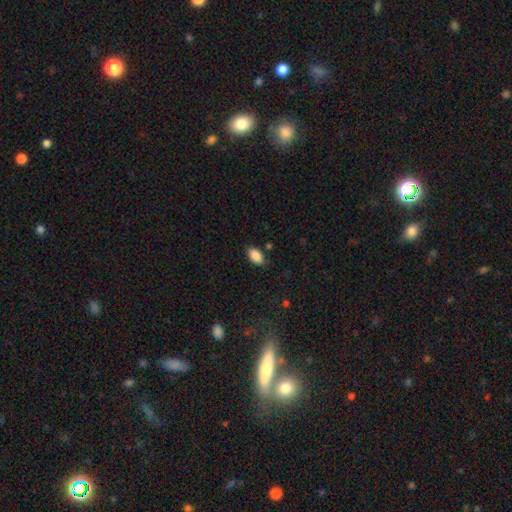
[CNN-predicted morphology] A smooth galaxy with no disk features (89%) that is in between round and cigar-shaped (93%).

Vote fractions:
- Smooth or featured? smooth: 89% / star or artifact: 7% / featured or disk: 4%
- How rounded? in between: 93% / round: 5% / cigar-shaped: 2%
- Merging? none: 81% / minor disturbance: 14% / major disturbance: 3% / merger: 2%